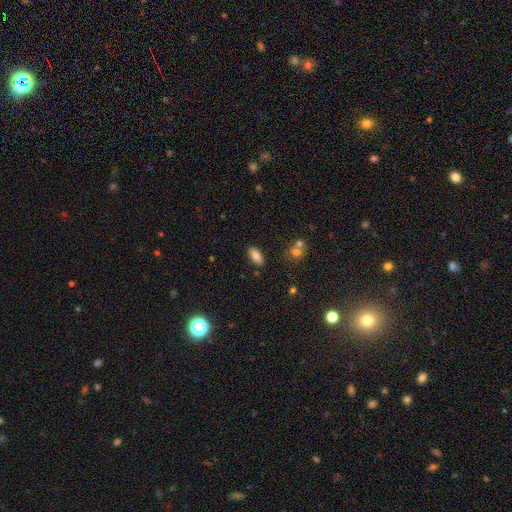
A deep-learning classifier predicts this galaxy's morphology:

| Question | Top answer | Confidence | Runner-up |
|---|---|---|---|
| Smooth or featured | smooth | 79% | featured or disk (12%) |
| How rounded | in between | 88% | cigar-shaped (9%) |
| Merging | none | 85% | minor disturbance (10%) |